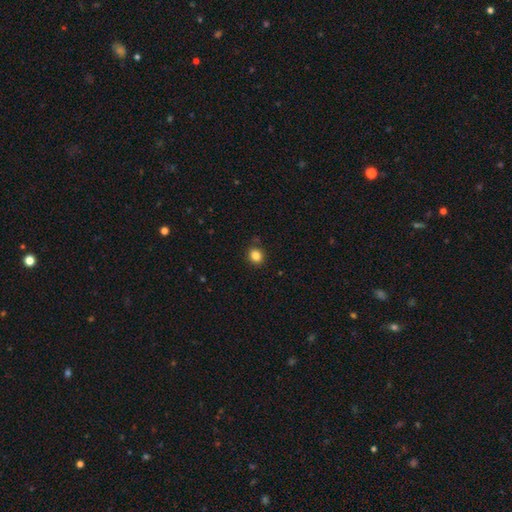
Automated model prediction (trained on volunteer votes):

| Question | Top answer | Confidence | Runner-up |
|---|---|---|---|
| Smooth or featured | smooth | 85% | star or artifact (11%) |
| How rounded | round | 71% | in between (28%) |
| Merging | none | 87% | minor disturbance (8%) |